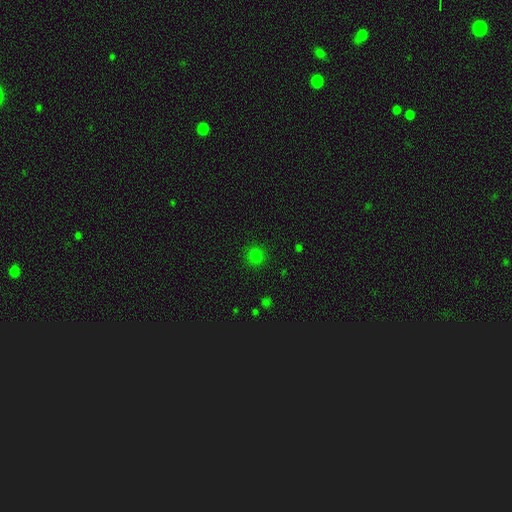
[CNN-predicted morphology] Overall: smooth (78%). How rounded: round (92%). Merging: none (90%).